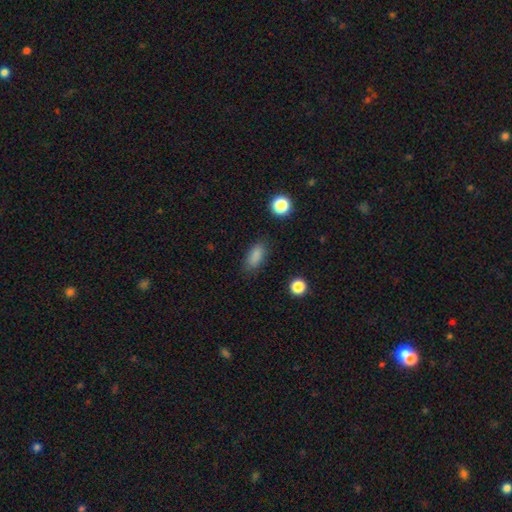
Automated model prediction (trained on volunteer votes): smooth 85%, star or artifact 10%, featured or disk 5%. Down the decision tree: how rounded — in between (84%); merging — none (82%).